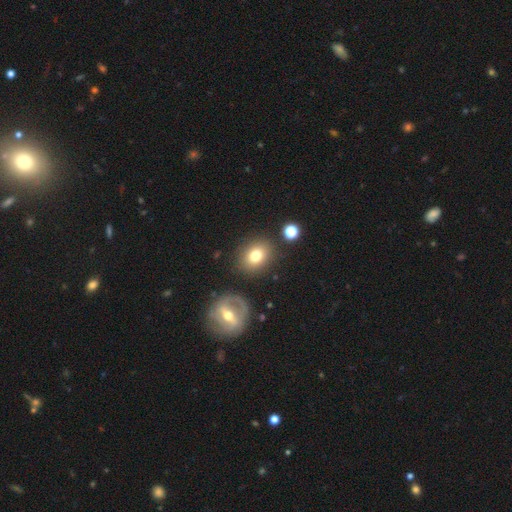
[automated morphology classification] smooth_or_featured: smooth (p=0.75) [alt: featured or disk p=0.14]
how_rounded: round (p=0.57) [alt: in between p=0.42]
merging: none (p=0.81) [alt: minor disturbance p=0.11]